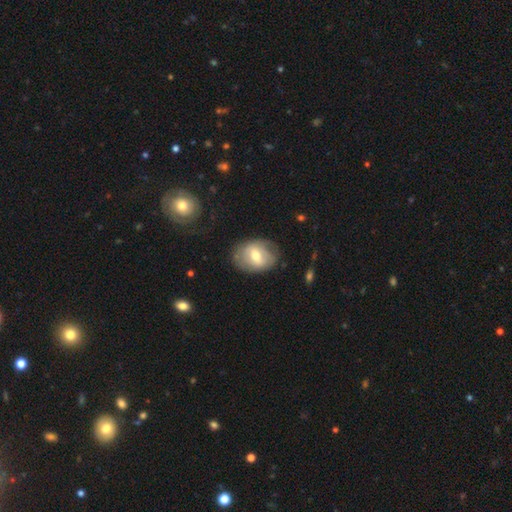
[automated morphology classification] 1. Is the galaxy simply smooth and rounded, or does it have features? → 47% featured or disk, 46% smooth, 7% star or artifact.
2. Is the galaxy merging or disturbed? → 75% none, 17% minor disturbance, 6% major disturbance, 1% merger.